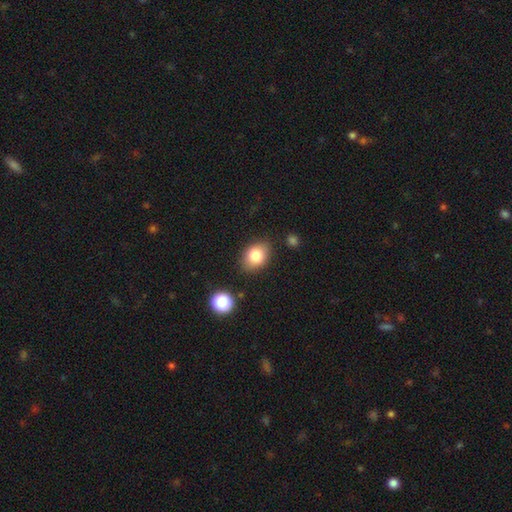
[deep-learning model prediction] Smooth or featured: smooth — 82% (star or artifact — 9%)
How rounded: in between — 69% (round — 30%)
Merging: none — 82% (minor disturbance — 12%)